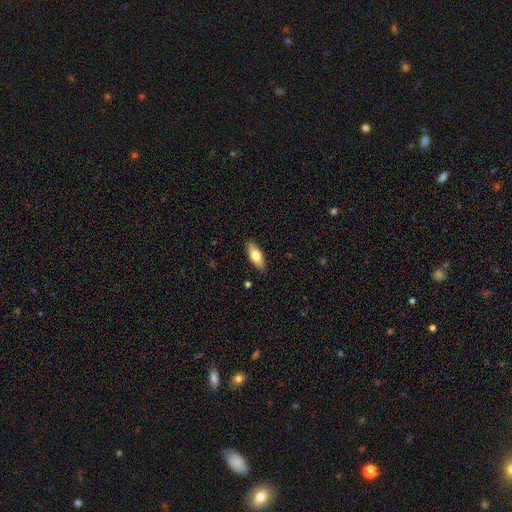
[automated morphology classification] A smooth galaxy with no disk features (73%) that is in between round and cigar-shaped (77%).

Vote fractions:
- Smooth or featured? smooth: 73% / featured or disk: 21% / star or artifact: 6%
- How rounded? in between: 77% / cigar-shaped: 21% / round: 2%
- Merging? none: 87% / minor disturbance: 10% / major disturbance: 2% / merger: 1%